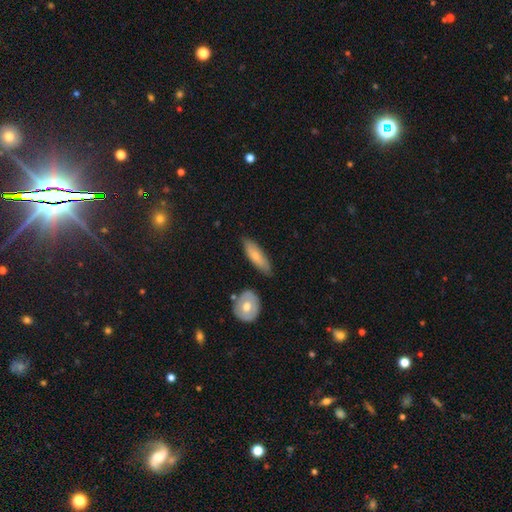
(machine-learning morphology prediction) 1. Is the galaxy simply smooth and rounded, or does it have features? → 71% smooth, 23% featured or disk, 6% star or artifact.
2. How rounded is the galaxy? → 51% in between, 47% cigar-shaped, 3% round.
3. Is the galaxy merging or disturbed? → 75% none, 18% minor disturbance, 4% merger, 3% major disturbance.